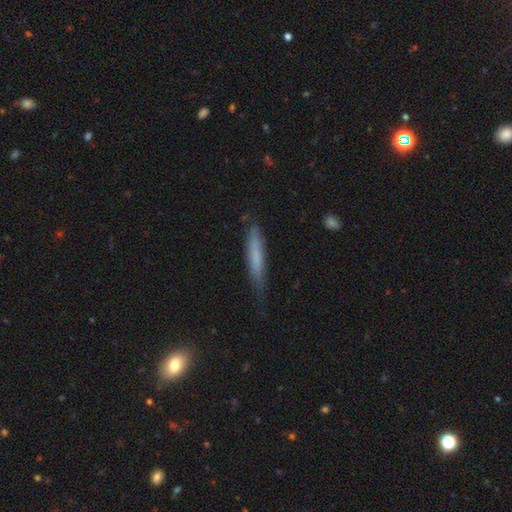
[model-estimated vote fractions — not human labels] The model was most divided on "smooth or featured": smooth: 65%, featured or disk: 28%, star or artifact: 7%. More confident: how rounded — cigar-shaped (91%); merging — none (67%).